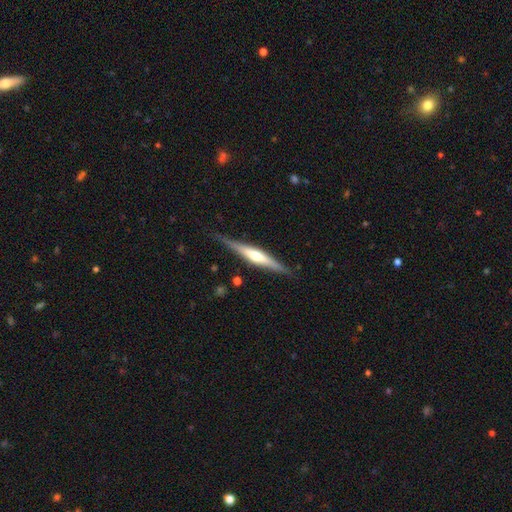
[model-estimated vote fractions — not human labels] featured or disk 70%, smooth 25%, star or artifact 5%. Down the decision tree: edge-on disk — yes (97%); edge-on bulge — rounded (75%); merging — none (83%).